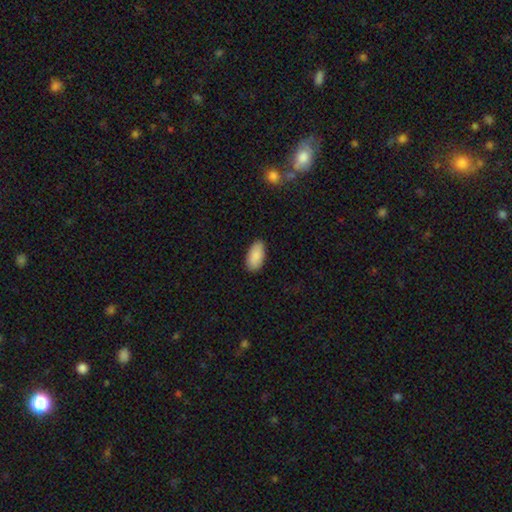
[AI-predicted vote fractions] smooth_or_featured: smooth (p=0.89) [alt: star or artifact p=0.06]
how_rounded: in between (p=0.94) [alt: cigar-shaped p=0.04]
merging: none (p=0.87) [alt: minor disturbance p=0.10]